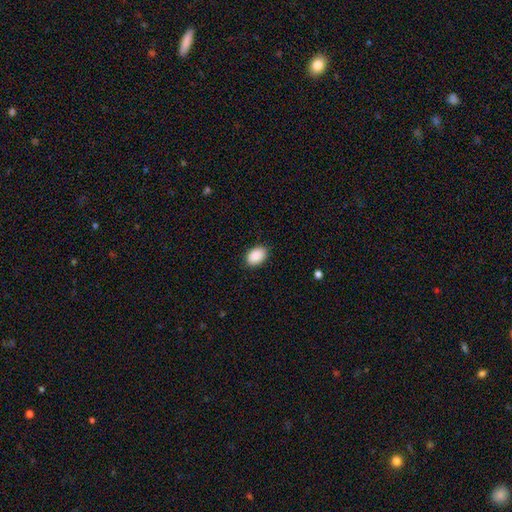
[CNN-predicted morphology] A smooth galaxy with no disk features (91%) that is in between round and cigar-shaped (86%).

Vote fractions:
- Smooth or featured? smooth: 91% / star or artifact: 7% / featured or disk: 2%
- How rounded? in between: 86% / round: 12% / cigar-shaped: 1%
- Merging? none: 88% / minor disturbance: 9% / major disturbance: 2% / merger: 1%